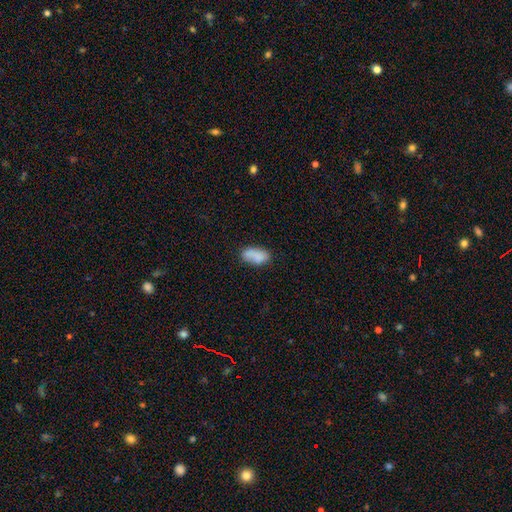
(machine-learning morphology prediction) The model was most divided on "merging": none: 61%, minor disturbance: 24%, merger: 8%, major disturbance: 7%. More confident: how rounded — in between (91%); smooth or featured — smooth (81%).